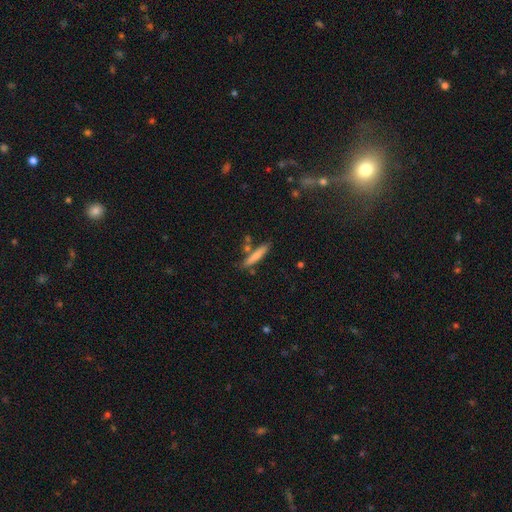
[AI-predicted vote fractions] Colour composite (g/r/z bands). It shows a smooth galaxy with no disk features (73%) that is cigar-shaped (90%). Merging: none (76%).